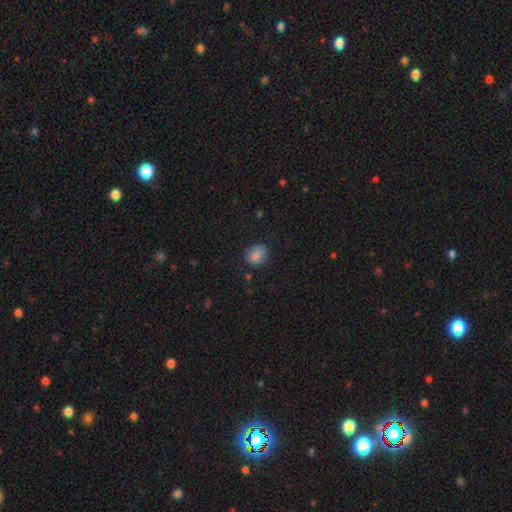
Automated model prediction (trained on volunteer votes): The model was most divided on "how rounded": round: 66%, in between: 33%, cigar-shaped: 1%. More confident: smooth or featured — smooth (80%); merging — none (75%).